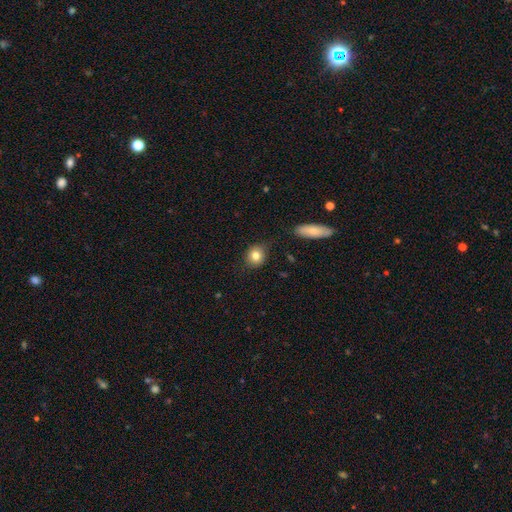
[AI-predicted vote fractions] This is clearly a smooth galaxy (81%). How rounded: likely round (76%). Merging: clearly none (84%).